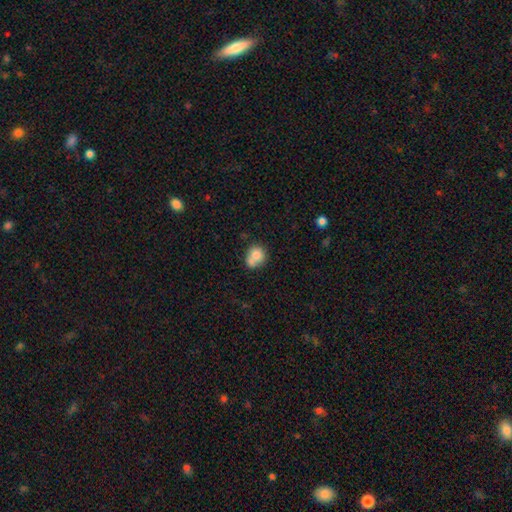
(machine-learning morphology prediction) This is likely a smooth galaxy (76%). How rounded: likely round (73%). Merging: marginally merger (42%).